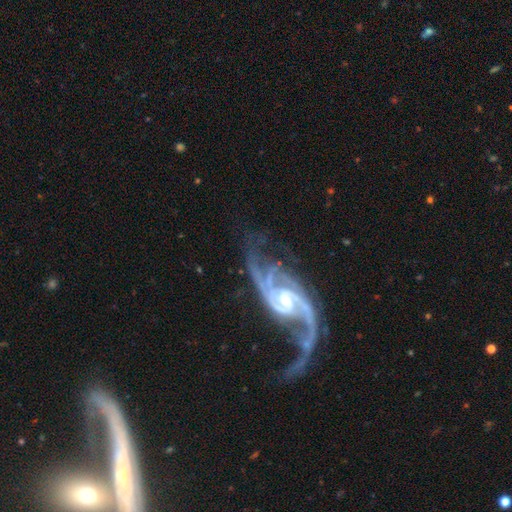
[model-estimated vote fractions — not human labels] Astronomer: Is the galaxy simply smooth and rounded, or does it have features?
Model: featured or disk — 92%.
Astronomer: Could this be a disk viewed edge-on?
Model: no — 96%.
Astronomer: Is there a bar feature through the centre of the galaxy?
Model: no — 43% (runner-up: weak, 39%).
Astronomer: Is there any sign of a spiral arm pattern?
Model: yes — 98%.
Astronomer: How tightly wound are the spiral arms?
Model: loose — 49% (runner-up: medium, 39%).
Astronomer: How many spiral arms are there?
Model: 2 — 72%.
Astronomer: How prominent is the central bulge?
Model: small — 47% (runner-up: moderate, 44%).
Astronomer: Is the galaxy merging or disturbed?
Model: none — 54%.